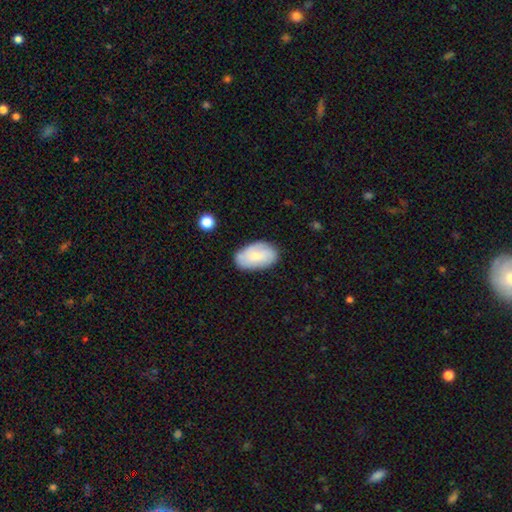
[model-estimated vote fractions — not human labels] smooth 64%, featured or disk 29%, star or artifact 7%. Down the decision tree: how rounded — in between (92%); merging — none (74%).